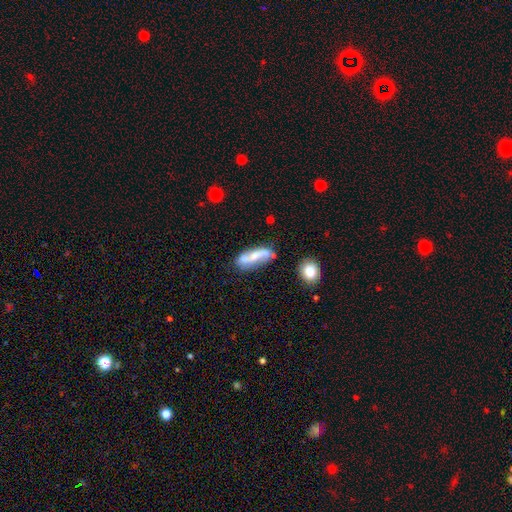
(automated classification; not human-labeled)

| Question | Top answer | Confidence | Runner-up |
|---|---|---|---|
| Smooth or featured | featured or disk | 56% | smooth (37%) |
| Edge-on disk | no | 86% | yes (14%) |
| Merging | none | 49% | minor disturbance (23%) |